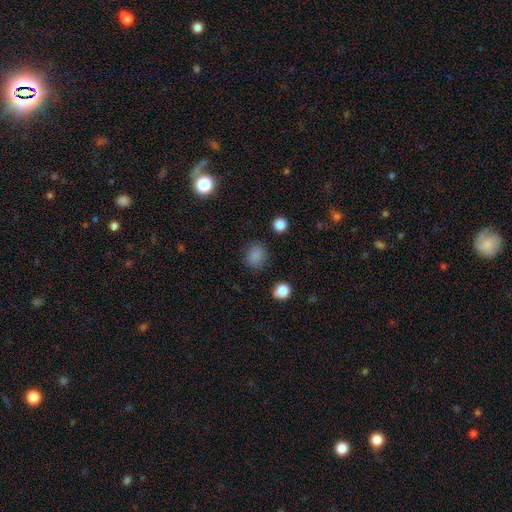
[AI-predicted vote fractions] smooth_or_featured: smooth (p=0.83) [alt: star or artifact p=0.13]
how_rounded: round (p=0.69) [alt: in between p=0.30]
merging: none (p=0.85) [alt: minor disturbance p=0.10]